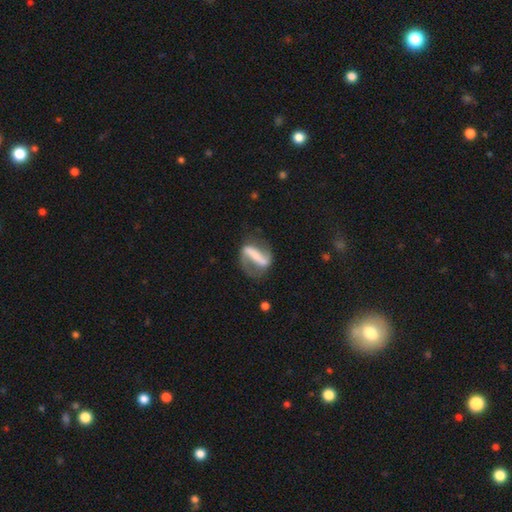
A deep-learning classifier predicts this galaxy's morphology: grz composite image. It shows a featured or disk galaxy (75%) with a strong bar (77%), 2 (84%) loose (53%) spiral arms (82%) and no central bulge (43%). Merging: none (60%).